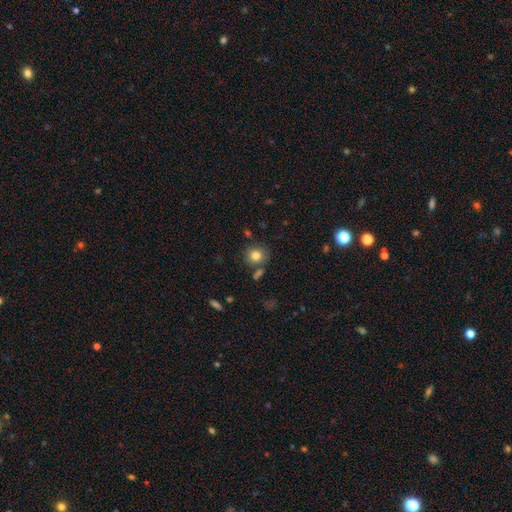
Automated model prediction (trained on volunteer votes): A smooth galaxy with no disk features (82%) that is round (84%).

Vote fractions:
- Smooth or featured? smooth: 82% / star or artifact: 10% / featured or disk: 8%
- How rounded? round: 84% / in between: 15% / cigar-shaped: 1%
- Merging? none: 76% / minor disturbance: 11% / merger: 9% / major disturbance: 3%